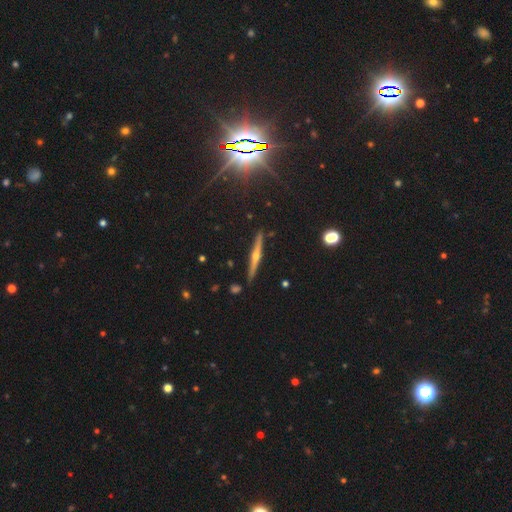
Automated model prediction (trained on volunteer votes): Smooth or featured? featured or disk (77%)
Edge-on disk? yes (98%)
Edge-on bulge? rounded (90%)
Merging? none (91%)